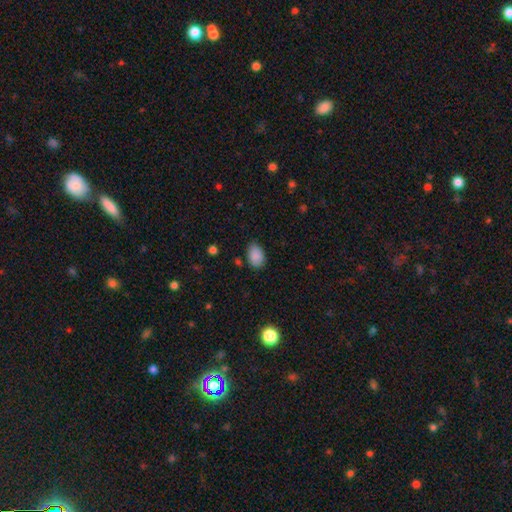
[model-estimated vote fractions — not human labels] Morphology: type=smooth (88%); roundness=in between (84%); merging=none (78%).